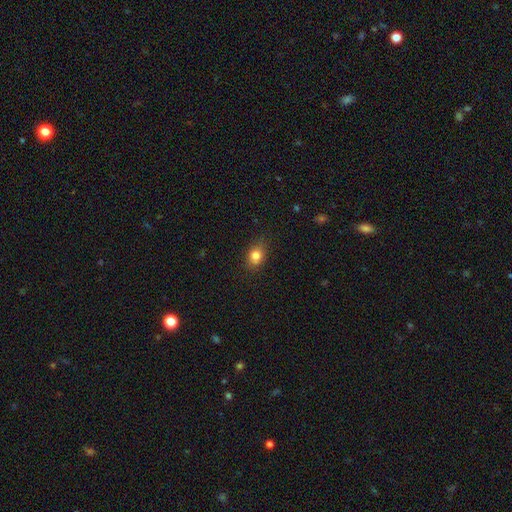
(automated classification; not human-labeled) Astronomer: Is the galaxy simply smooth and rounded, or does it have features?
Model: smooth — 81%.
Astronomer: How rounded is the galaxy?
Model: in between — 53% (runner-up: round, 45%).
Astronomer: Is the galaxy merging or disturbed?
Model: none — 79%.